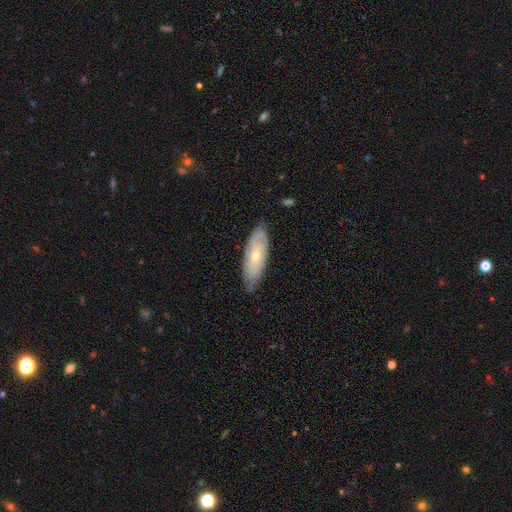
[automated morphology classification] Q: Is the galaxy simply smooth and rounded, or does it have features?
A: smooth — 48%.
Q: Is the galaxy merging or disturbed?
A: none — 70%.